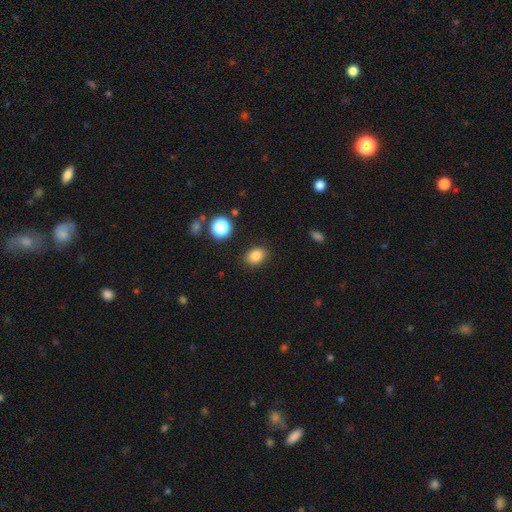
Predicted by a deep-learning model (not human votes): A smooth galaxy with no disk features (83%) that is in between round and cigar-shaped (64%).

Vote fractions:
- Smooth or featured? smooth: 83% / star or artifact: 11% / featured or disk: 5%
- How rounded? in between: 64% / round: 35% / cigar-shaped: 1%
- Merging? none: 87% / minor disturbance: 9% / major disturbance: 3% / merger: 2%